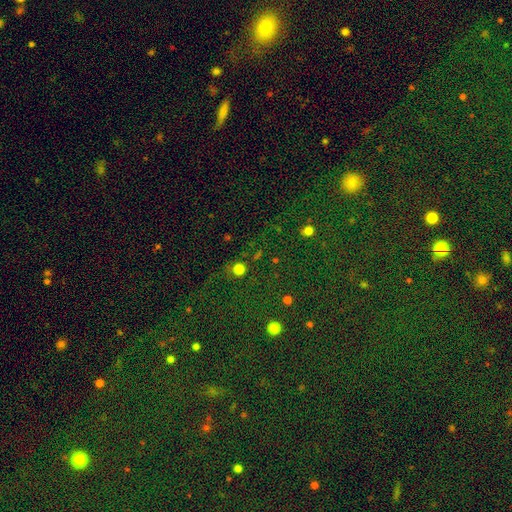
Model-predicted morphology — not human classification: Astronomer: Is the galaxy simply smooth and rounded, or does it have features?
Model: star or artifact — 78%.